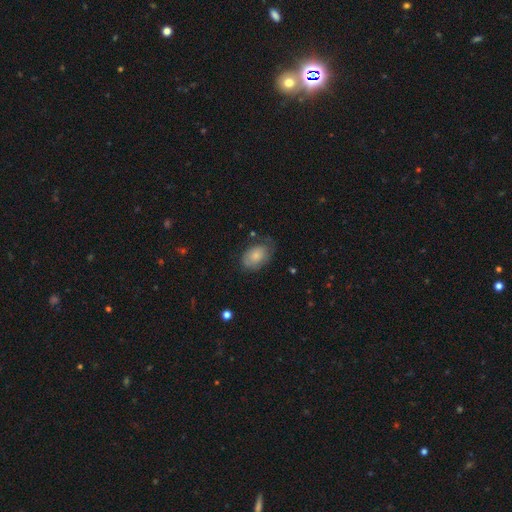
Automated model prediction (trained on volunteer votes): A smooth galaxy with no disk features (68%) that is in between round and cigar-shaped (87%). Merging: none (54%).